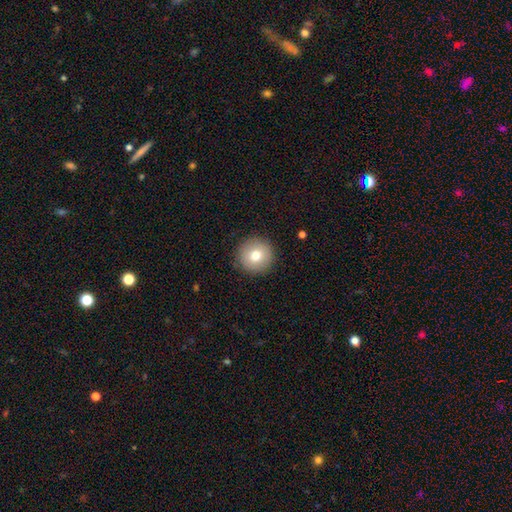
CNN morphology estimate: smooth_or_featured: smooth (p=0.74) [alt: featured or disk p=0.16]
how_rounded: round (p=0.96) [alt: in between p=0.03]
merging: none (p=0.91) [alt: minor disturbance p=0.06]